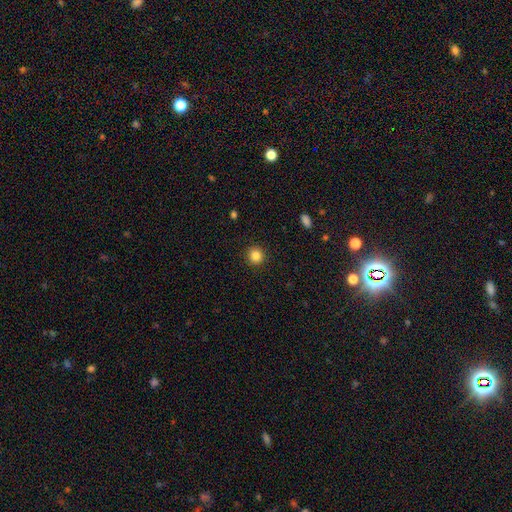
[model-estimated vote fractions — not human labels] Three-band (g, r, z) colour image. It shows a smooth galaxy with no disk features (84%) that is round (94%). Merging: none (93%).